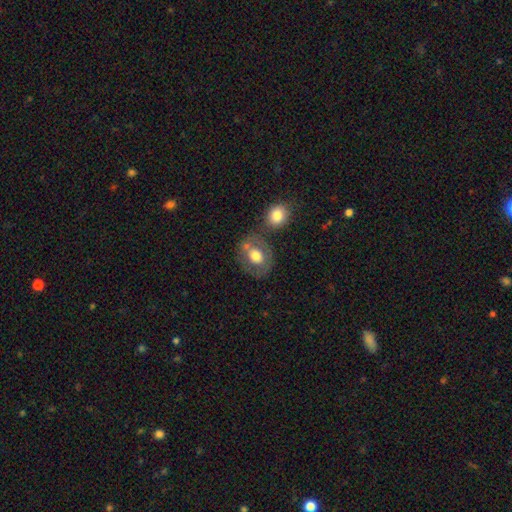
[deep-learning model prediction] Q: Smooth or featured?
A: smooth (62%); runner-up: featured or disk (31%)
Q: How rounded?
A: round (56%); runner-up: in between (43%)
Q: Merging?
A: none (60%); runner-up: merger (20%)